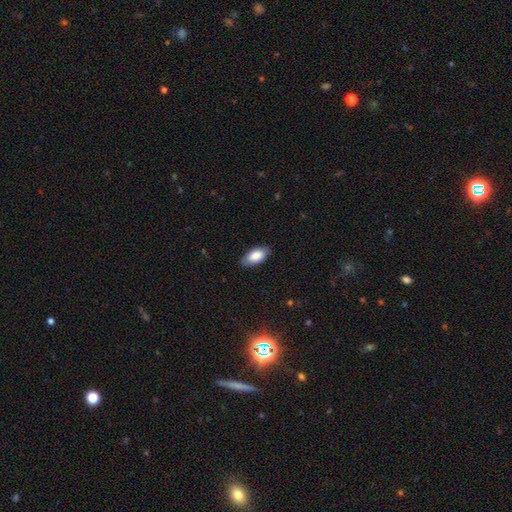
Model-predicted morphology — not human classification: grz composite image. It shows a smooth galaxy with no disk features (84%) that is in between round and cigar-shaped (92%). Merging: none (85%).